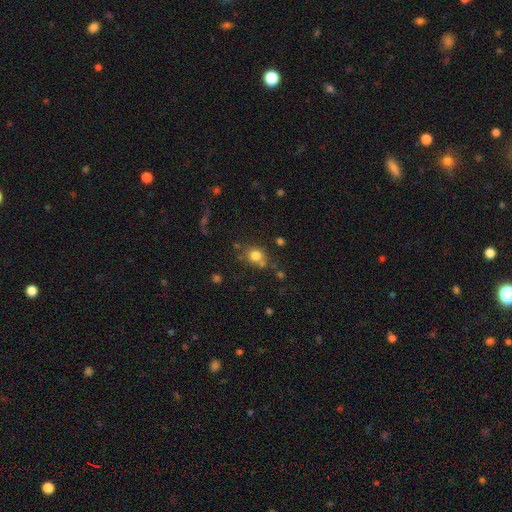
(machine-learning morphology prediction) This appears to be a smooth galaxy with no disk features (76%) that is round (78%). Merging: none (62%).